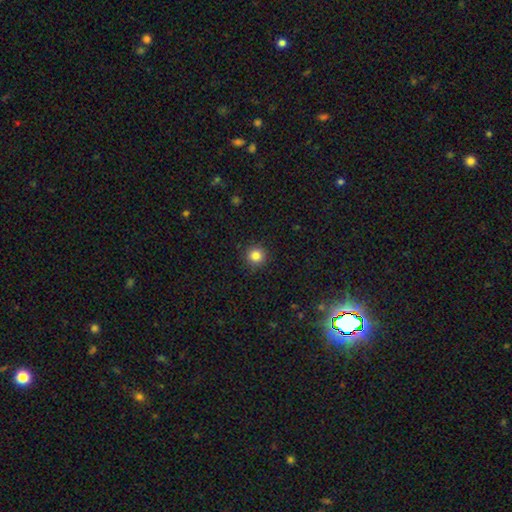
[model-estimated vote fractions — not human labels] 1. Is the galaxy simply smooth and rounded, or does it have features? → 84% smooth, 11% star or artifact, 4% featured or disk.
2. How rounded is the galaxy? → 95% round, 4% in between, 1% cigar-shaped.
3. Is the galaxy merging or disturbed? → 92% none, 6% minor disturbance, 2% major disturbance, 1% merger.